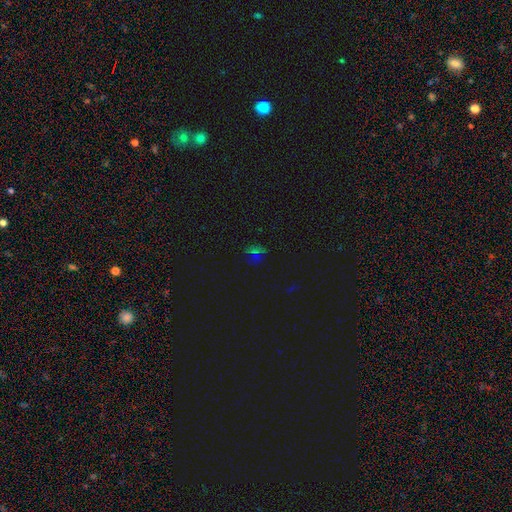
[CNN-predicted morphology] star or artifact 55%, smooth 34%, featured or disk 11%.